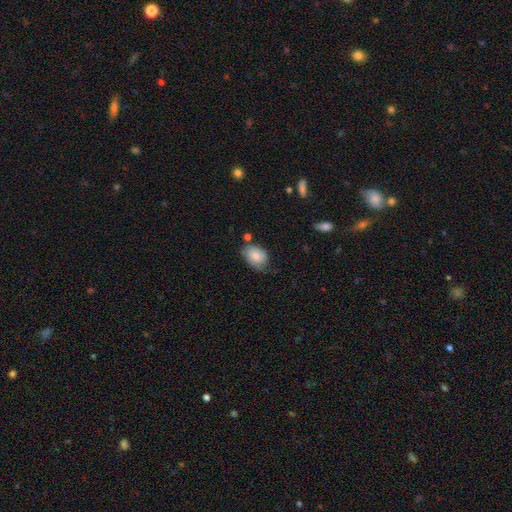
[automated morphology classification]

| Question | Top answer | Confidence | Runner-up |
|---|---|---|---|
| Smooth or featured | smooth | 82% | featured or disk (11%) |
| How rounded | in between | 72% | round (27%) |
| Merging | none | 54% | minor disturbance (32%) |